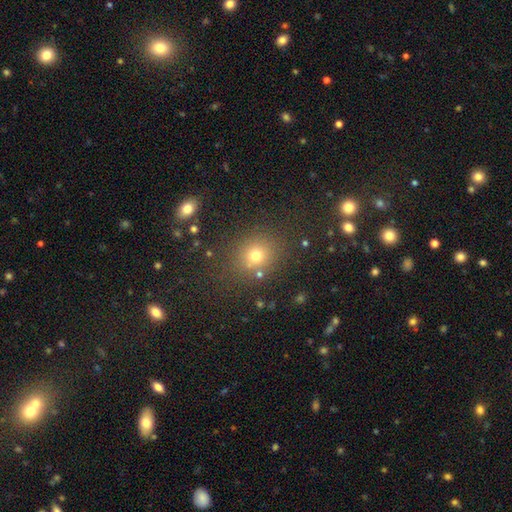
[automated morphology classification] A smooth galaxy with no disk features (72%) that is round (77%). Merging: none (79%).